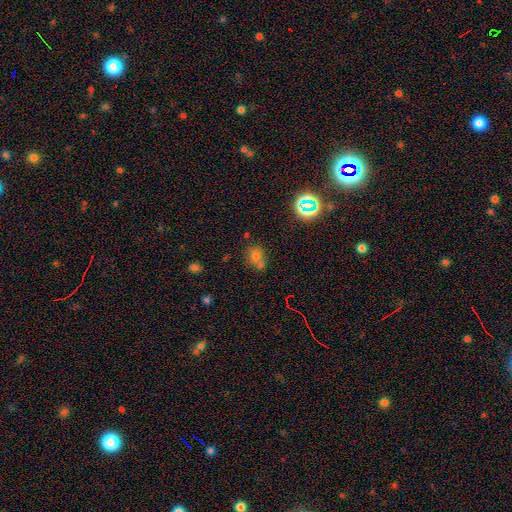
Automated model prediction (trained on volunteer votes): A smooth galaxy with no disk features (65%) that is round (71%). Merging: none (51%).